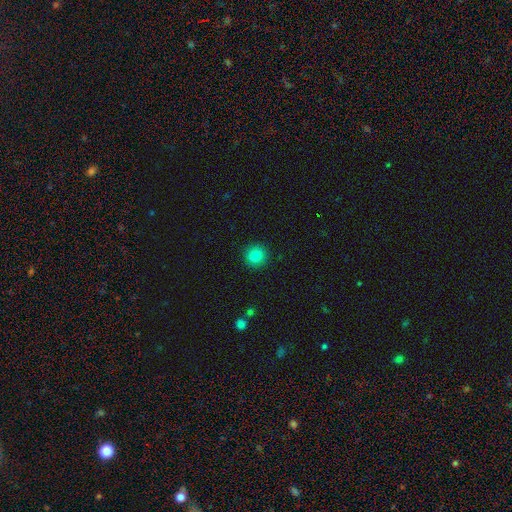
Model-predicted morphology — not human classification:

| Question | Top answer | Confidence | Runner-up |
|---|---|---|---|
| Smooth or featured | smooth | 82% | star or artifact (12%) |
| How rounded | round | 95% | in between (4%) |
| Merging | none | 92% | minor disturbance (5%) |